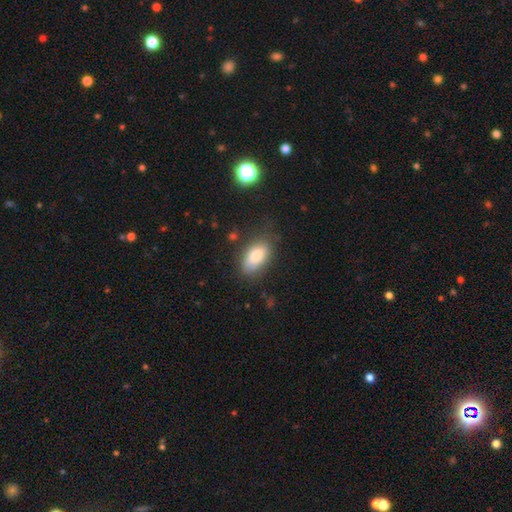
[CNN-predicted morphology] Smooth or featured? smooth (81%)
How rounded? in between (91%)
Merging? none (73%)